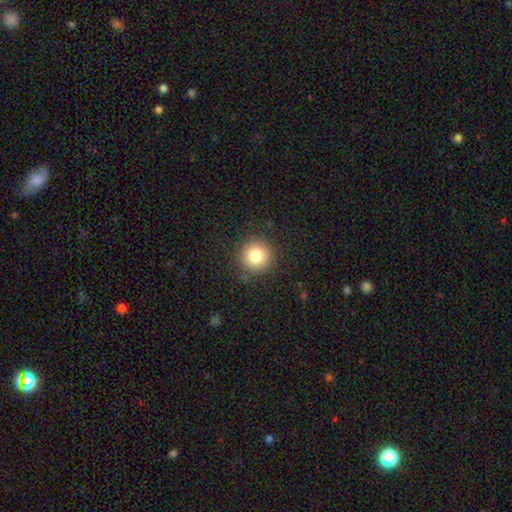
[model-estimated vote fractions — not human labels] smooth-or-featured: smooth: 82% | star or artifact: 10% | featured or disk: 8%
  how-rounded: round: 95% | in between: 5% | cigar-shaped: 1%
  merging: none: 88% | minor disturbance: 8% | major disturbance: 3% | merger: 1%